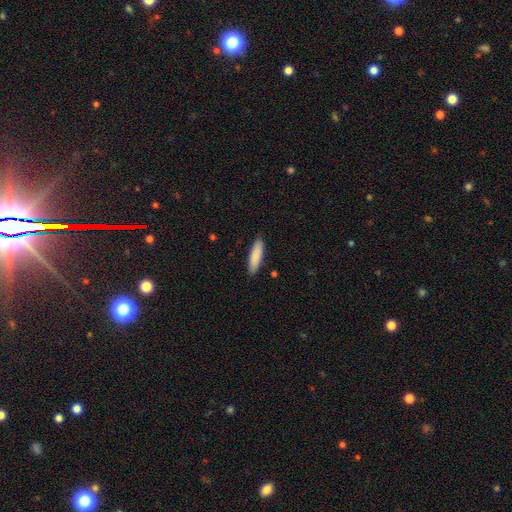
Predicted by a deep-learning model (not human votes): A smooth galaxy with no disk features (87%) that is cigar-shaped (65%).

Vote fractions:
- Smooth or featured? smooth: 87% / featured or disk: 8% / star or artifact: 5%
- How rounded? cigar-shaped: 65% / in between: 33% / round: 1%
- Merging? none: 89% / minor disturbance: 9% / major disturbance: 2% / merger: 1%